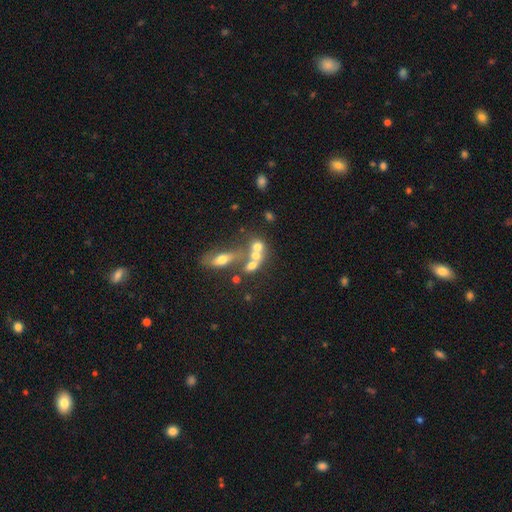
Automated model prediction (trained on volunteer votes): Q: Smooth or featured?
A: smooth (58%); runner-up: featured or disk (27%)
Q: How rounded?
A: round (50%); runner-up: in between (44%)
Q: Merging?
A: merger (55%); runner-up: none (29%)